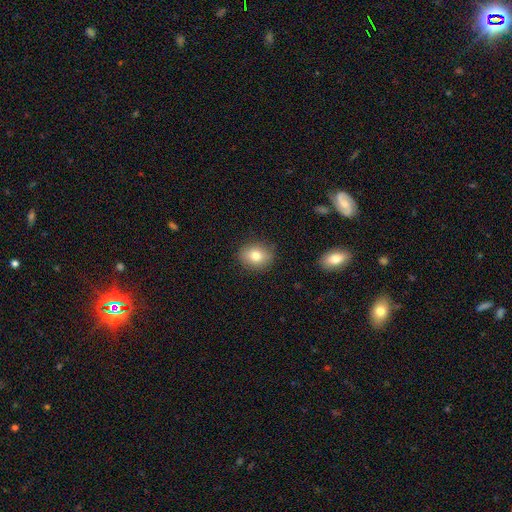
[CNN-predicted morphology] Overall: smooth (79%). How rounded: round (54%; in between 45%). Merging: none (87%).